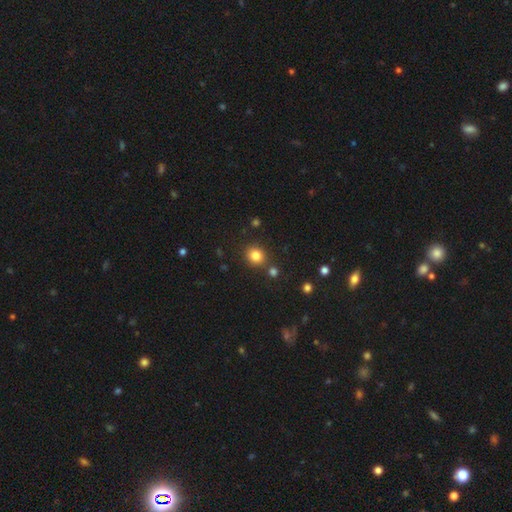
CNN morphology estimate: A smooth galaxy with no disk features (81%) that is round (78%). Merging: none (81%).